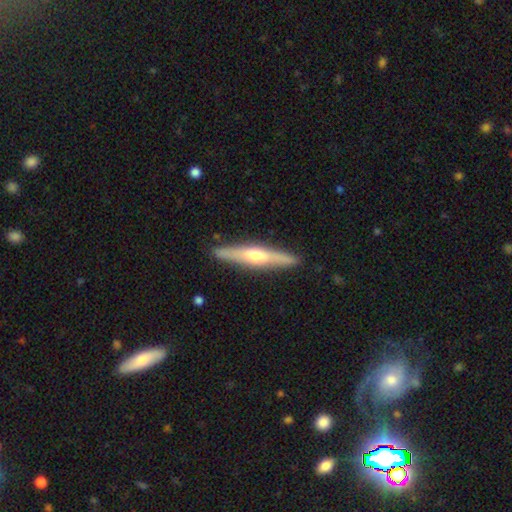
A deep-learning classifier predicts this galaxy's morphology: Smooth or featured?
  - featured or disk: 62% *
  - smooth: 33%
  - star or artifact: 5%
Edge-on disk?
  - yes: 94% *
  - no: 6%
Edge-on bulge?
  - rounded: 87% *
  - none: 7%
  - boxy: 6%
Merging?
  - none: 89% *
  - minor disturbance: 8%
  - major disturbance: 2%
  - merger: 1%